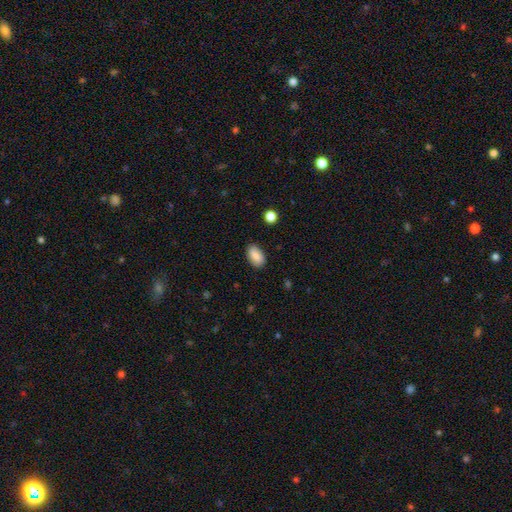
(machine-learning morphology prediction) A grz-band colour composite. It shows a smooth galaxy with no disk features (85%) that is in between round and cigar-shaped (93%). Merging: none (85%).